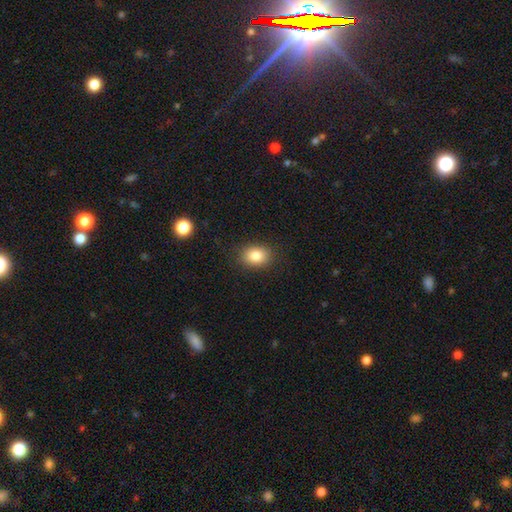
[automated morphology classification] Smooth or featured?
  - smooth: 84% *
  - star or artifact: 9%
  - featured or disk: 7%
How rounded?
  - in between: 62% *
  - round: 37%
  - cigar-shaped: 1%
Merging?
  - none: 87% *
  - minor disturbance: 9%
  - major disturbance: 3%
  - merger: 1%